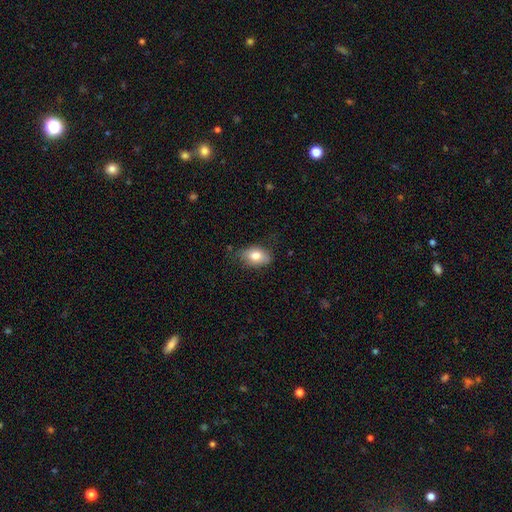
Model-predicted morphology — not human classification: Q: Smooth or featured?
A: smooth (78%); runner-up: featured or disk (14%)
Q: How rounded?
A: in between (87%); runner-up: round (11%)
Q: Merging?
A: none (71%); runner-up: minor disturbance (23%)